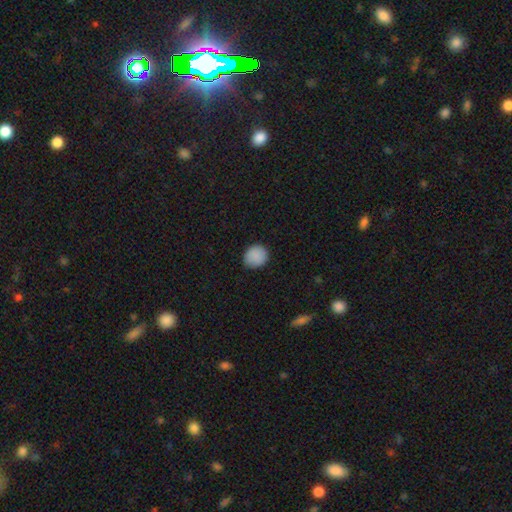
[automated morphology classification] Smooth or featured? smooth (88%)
How rounded? round (82%)
Merging? none (87%)